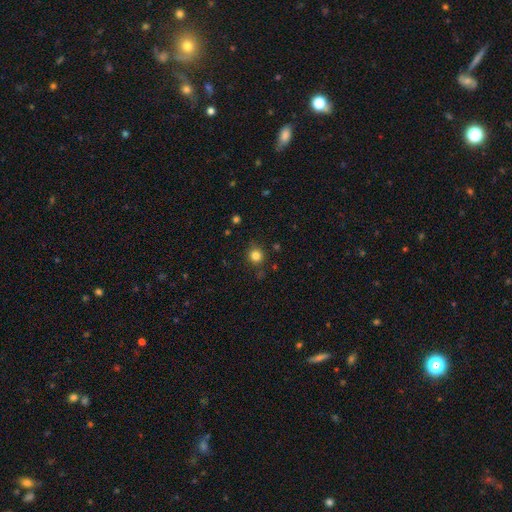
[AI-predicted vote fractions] Smooth or featured: smooth — 82% (star or artifact — 13%)
How rounded: round — 91% (in between — 8%)
Merging: none — 86% (minor disturbance — 10%)